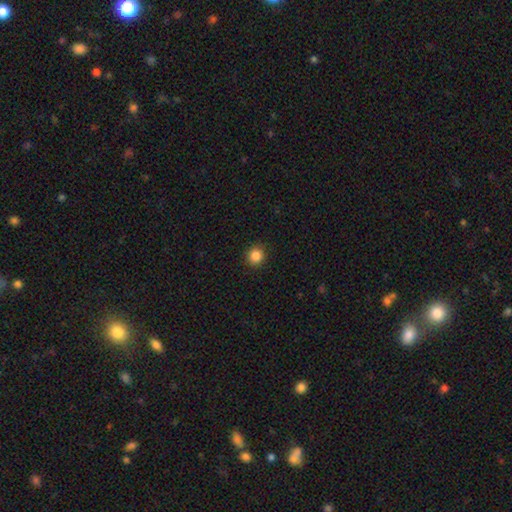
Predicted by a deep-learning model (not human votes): Smooth or featured? Predicted: smooth (p=0.86). How rounded? Predicted: round (p=0.91). Merging? Predicted: none (p=0.91).